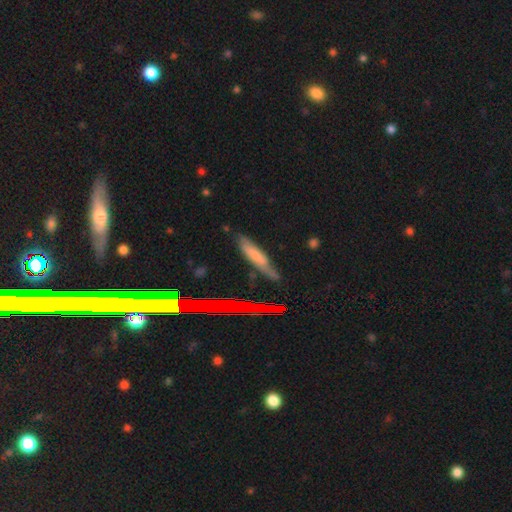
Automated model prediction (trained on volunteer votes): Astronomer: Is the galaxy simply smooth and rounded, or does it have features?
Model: smooth — 61%.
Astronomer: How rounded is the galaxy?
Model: cigar-shaped — 80%.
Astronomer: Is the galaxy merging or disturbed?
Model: none — 64%.